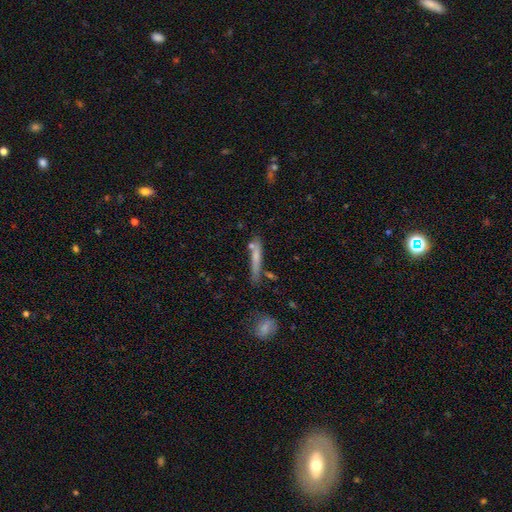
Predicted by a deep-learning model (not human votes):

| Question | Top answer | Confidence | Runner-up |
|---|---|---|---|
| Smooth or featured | smooth | 62% | featured or disk (30%) |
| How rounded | cigar-shaped | 92% | in between (6%) |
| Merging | none | 66% | minor disturbance (17%) |